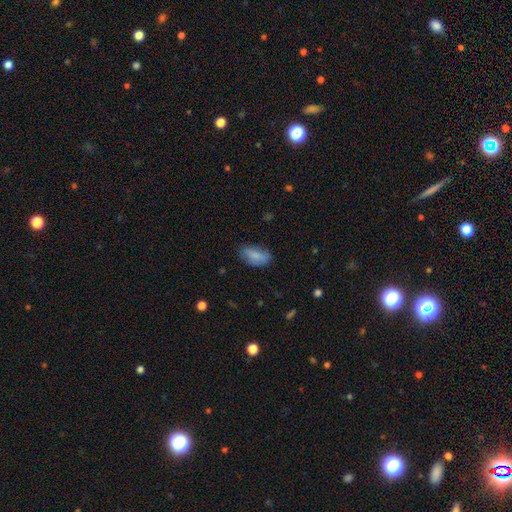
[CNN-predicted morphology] This is clearly a smooth galaxy (81%). How rounded: clearly in between (91%). Merging: likely none (71%).